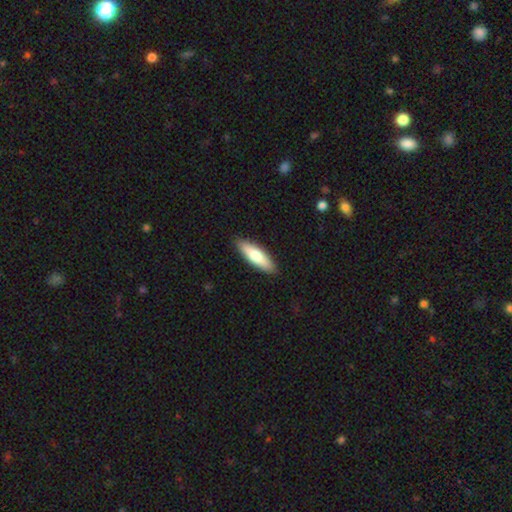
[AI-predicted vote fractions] smooth 73%, featured or disk 22%, star or artifact 5%. Down the decision tree: how rounded — cigar-shaped (57%); merging — none (90%).